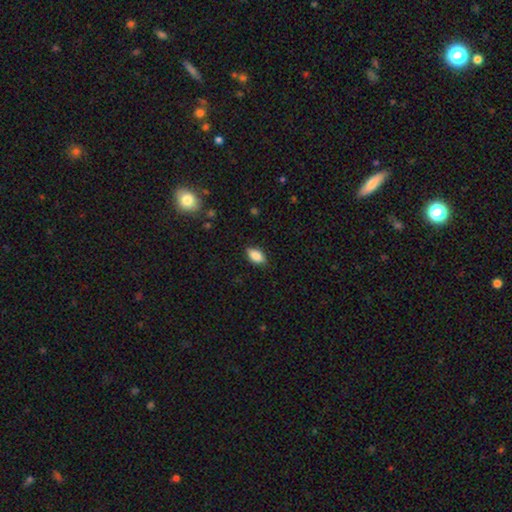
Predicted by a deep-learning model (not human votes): Smooth or featured?
  - smooth: 86% *
  - star or artifact: 7%
  - featured or disk: 7%
How rounded?
  - in between: 91% *
  - cigar-shaped: 5%
  - round: 4%
Merging?
  - none: 83% *
  - minor disturbance: 13%
  - major disturbance: 3%
  - merger: 1%